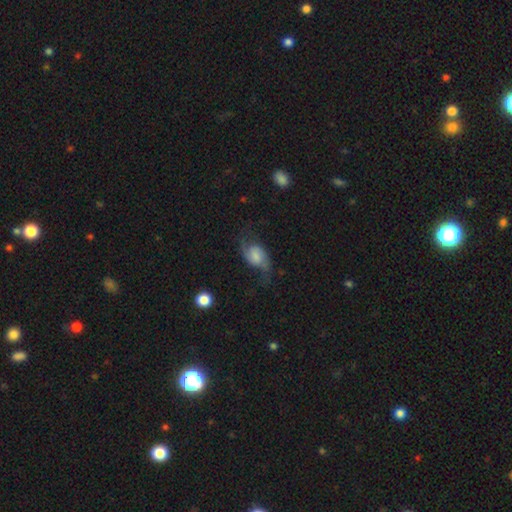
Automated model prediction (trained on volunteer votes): This is likely a featured or disk galaxy (67%). It is clearly not viewed edge-on (96%). Bar: possibly no (48%). Spiral arm pattern: clearly yes (93%). Spiral arm count: clearly 2 (91%). Spiral winding: likely loose (73%). Central bulge: marginally none (28%). Merging: possibly none (57%).